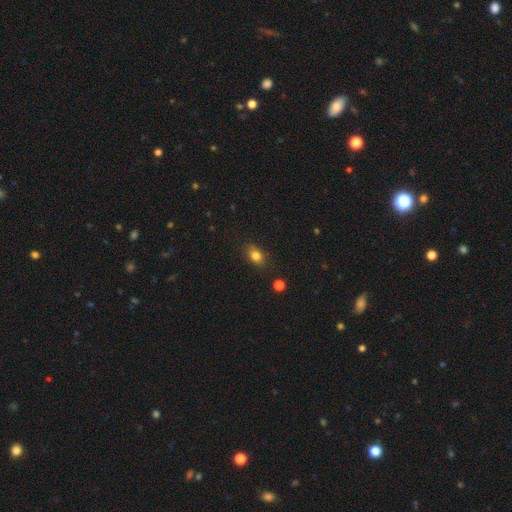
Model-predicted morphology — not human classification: Overall: smooth (81%). How rounded: in between (72%). Merging: none (82%).